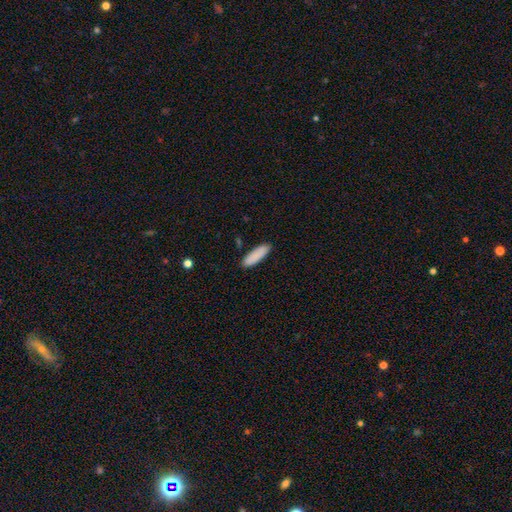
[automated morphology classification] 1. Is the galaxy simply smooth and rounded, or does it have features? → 88% smooth, 6% star or artifact, 6% featured or disk.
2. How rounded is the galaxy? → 57% cigar-shaped, 41% in between, 1% round.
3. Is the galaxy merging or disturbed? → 87% none, 10% minor disturbance, 2% major disturbance, 2% merger.